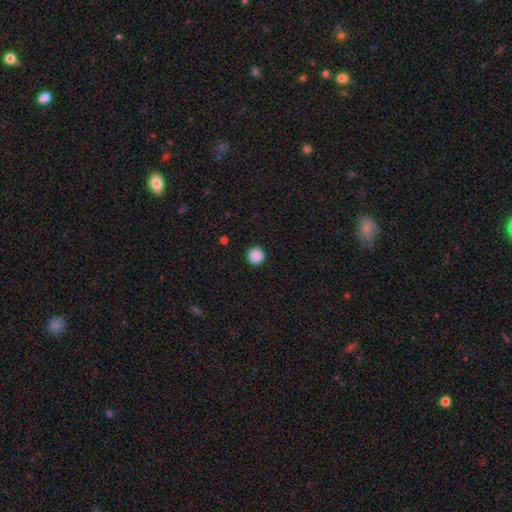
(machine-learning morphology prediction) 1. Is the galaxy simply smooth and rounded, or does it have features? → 89% smooth, 9% star or artifact, 2% featured or disk.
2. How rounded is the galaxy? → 96% round, 3% in between, 1% cigar-shaped.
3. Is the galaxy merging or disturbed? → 93% none, 4% minor disturbance, 2% major disturbance, 1% merger.